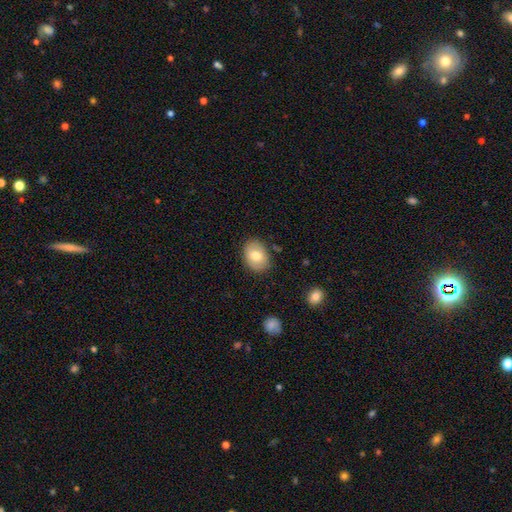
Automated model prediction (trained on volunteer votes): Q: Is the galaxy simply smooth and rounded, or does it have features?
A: smooth — 75%.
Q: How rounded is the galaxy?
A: in between — 72%.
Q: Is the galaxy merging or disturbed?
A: none — 84%.